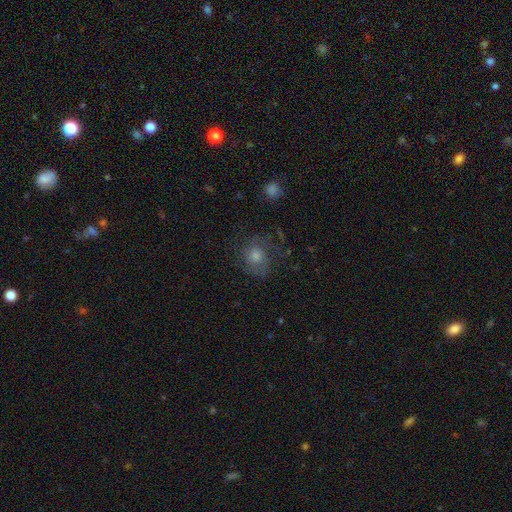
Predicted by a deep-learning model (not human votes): Smooth or featured? Predicted: featured or disk (p=0.44). Merging? Predicted: none (p=0.66).